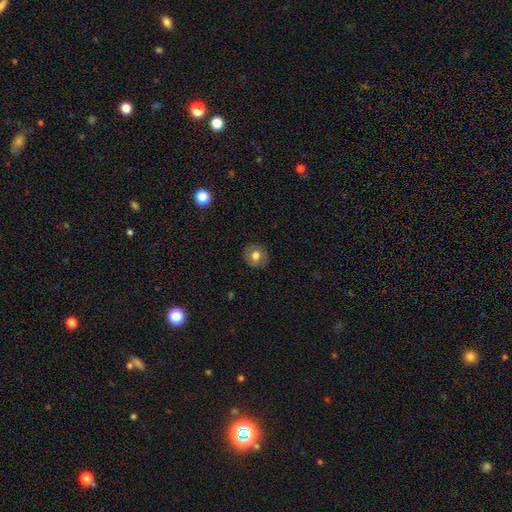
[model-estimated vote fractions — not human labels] Smooth or featured? smooth (75%)
How rounded? round (87%)
Merging? none (89%)